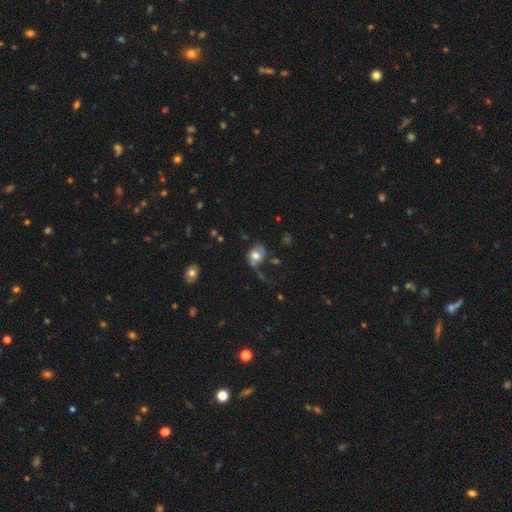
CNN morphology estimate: The model was most divided on "merging": none: 36%, major disturbance: 31%, minor disturbance: 22%, merger: 11%. More confident: how rounded — round (58%); smooth or featured — smooth (53%).